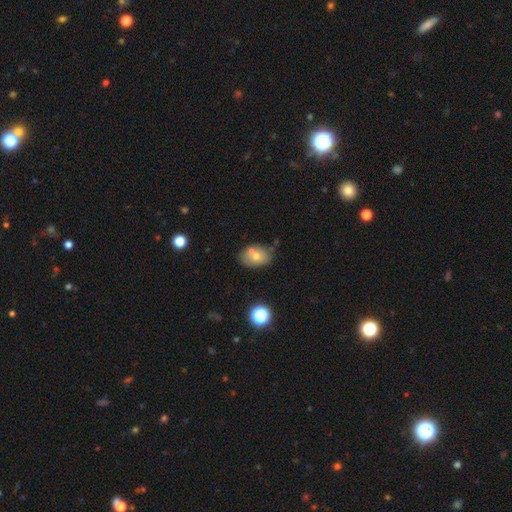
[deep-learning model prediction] A smooth galaxy with no disk features (68%) that is in between round and cigar-shaped (78%). Merging: none (53%).